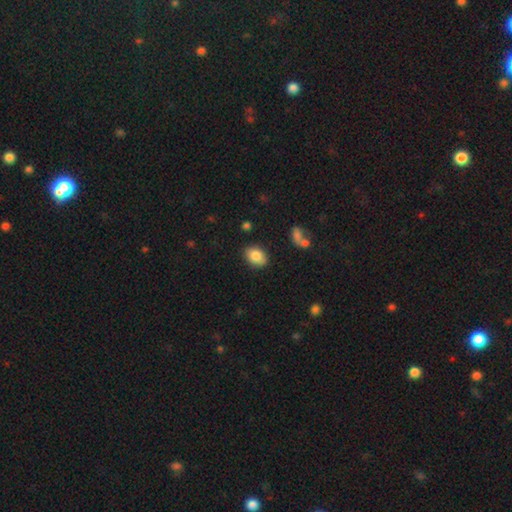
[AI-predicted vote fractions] The model was most divided on "how rounded": in between: 75%, round: 24%, cigar-shaped: 1%. More confident: smooth or featured — smooth (85%); merging — none (82%).